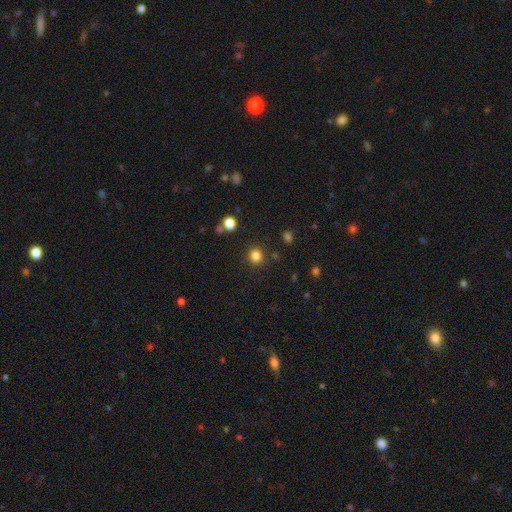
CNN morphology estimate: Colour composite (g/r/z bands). It shows a smooth galaxy with no disk features (82%) that is round (84%). Merging: none (86%).